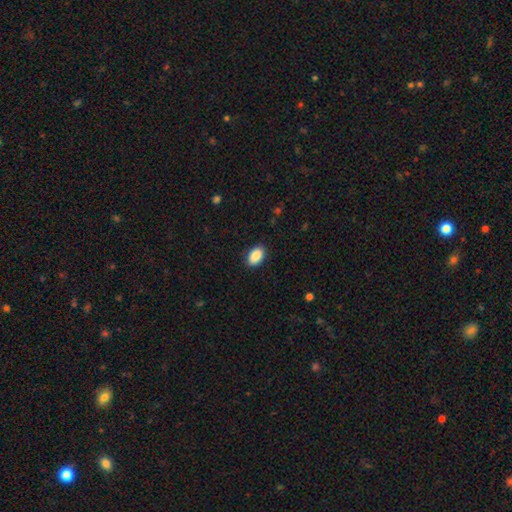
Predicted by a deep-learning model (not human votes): smooth_or_featured: smooth (p=0.90) [alt: star or artifact p=0.07]
how_rounded: in between (p=0.90) [alt: round p=0.09]
merging: none (p=0.89) [alt: minor disturbance p=0.08]